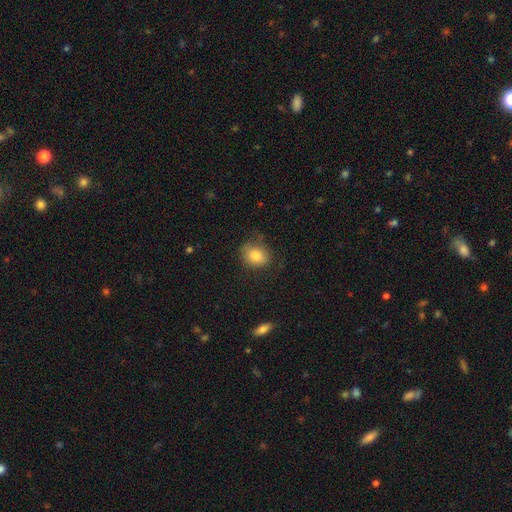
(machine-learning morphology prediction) This is clearly a smooth galaxy (82%). How rounded: possibly round (51%). Merging: likely none (75%).